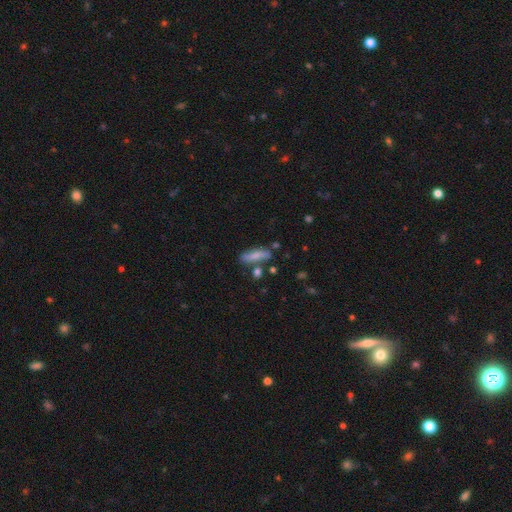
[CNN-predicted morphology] Smooth or featured? Predicted: smooth (p=0.70). How rounded? Predicted: cigar-shaped (p=0.55). Merging? Predicted: none (p=0.68).